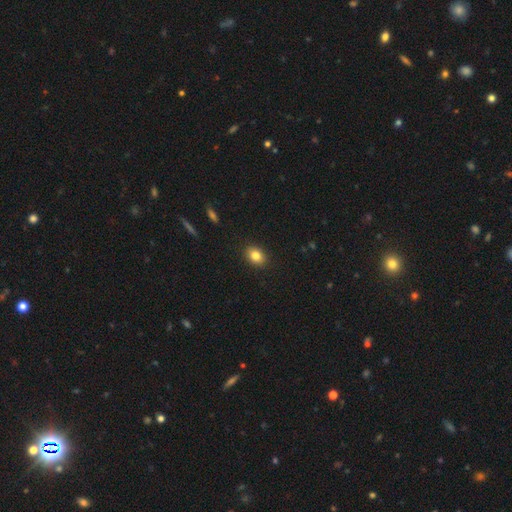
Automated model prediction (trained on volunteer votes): Overall: smooth (83%). How rounded: in between (65%; round 34%). Merging: none (90%).